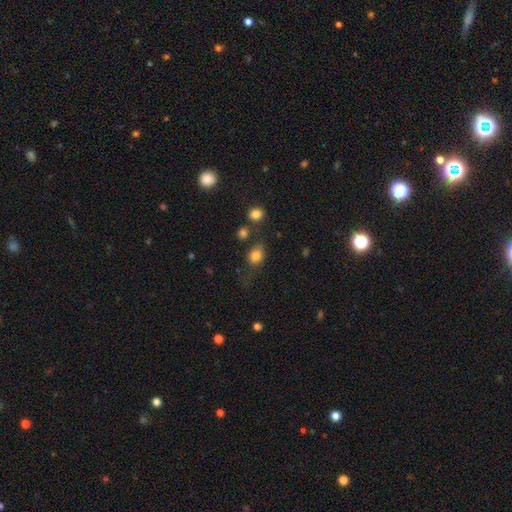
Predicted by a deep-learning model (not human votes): Q: Smooth or featured?
A: smooth (81%); runner-up: star or artifact (11%)
Q: How rounded?
A: in between (53%); runner-up: round (46%)
Q: Merging?
A: none (64%); runner-up: minor disturbance (19%)